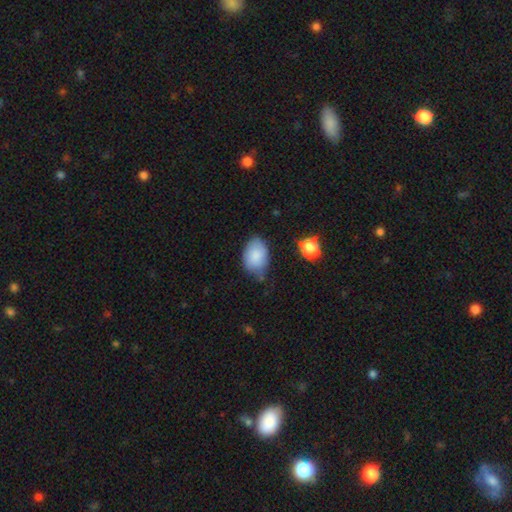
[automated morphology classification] Smooth or featured: smooth — 82% (featured or disk — 10%)
How rounded: in between — 85% (round — 14%)
Merging: none — 57% (minor disturbance — 32%)